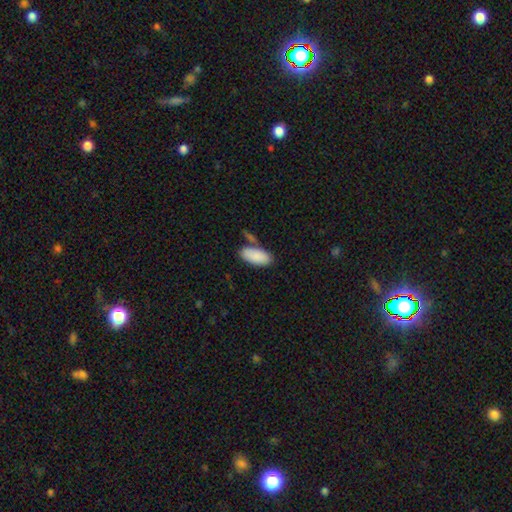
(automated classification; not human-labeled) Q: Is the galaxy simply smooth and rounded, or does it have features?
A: smooth — 88%.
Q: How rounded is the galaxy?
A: in between — 90%.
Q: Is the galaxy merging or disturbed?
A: none — 66%.